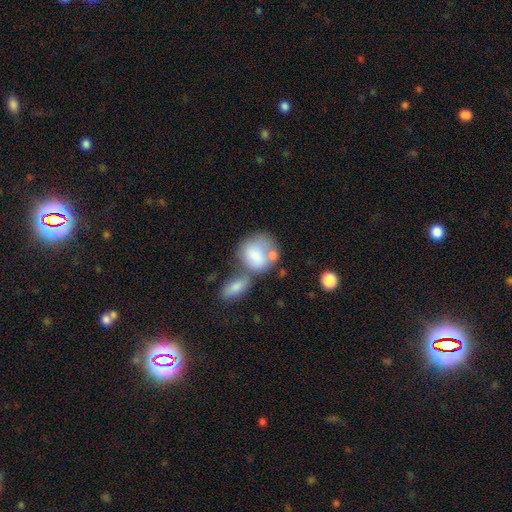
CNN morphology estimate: This is likely a smooth galaxy (75%). How rounded: possibly round (59%). Merging: marginally merger (42%).